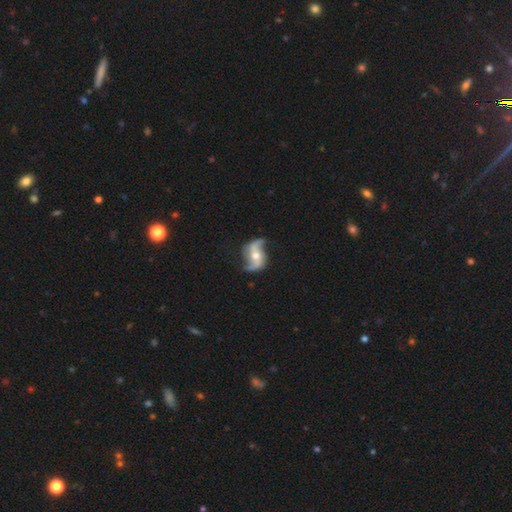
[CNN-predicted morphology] A featured or disk galaxy (87%) with no bar (43%), 2 (92%) loose (76%) spiral arms (96%) and a moderate central bulge (66%).

Vote fractions:
- Smooth or featured? featured or disk: 87% / smooth: 7% / star or artifact: 5%
- Edge-on disk? no: 96% / yes: 4%
- Bar? no: 43% / weak: 32% / strong: 25%
- Spiral arms? yes: 96% / no: 4%
- Spiral winding? loose: 76% / medium: 19% / tight: 5%
- Spiral arm count? 2: 92% / 3: 2% / can't tell: 2% / 1: 2% / 4: 1% / more than 4: 1%
- Bulge size? moderate: 66% / small: 28% / large: 4% / none: 1% / dominant: 1%
- Merging? none: 74% / minor disturbance: 17% / major disturbance: 7% / merger: 2%